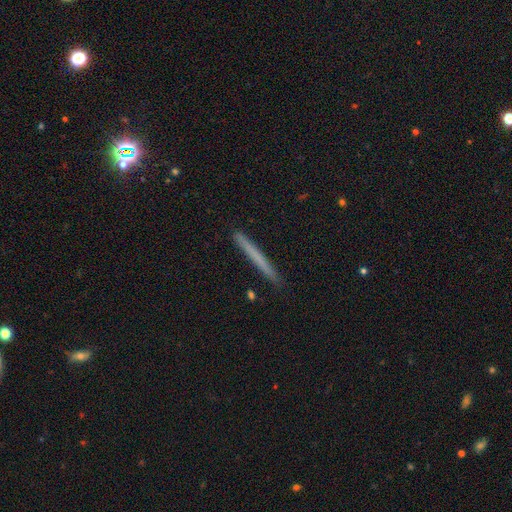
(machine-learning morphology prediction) smooth-or-featured: smooth: 64% | featured or disk: 29% | star or artifact: 7%
  how-rounded: cigar-shaped: 97% | in between: 1% | round: 1%
  merging: none: 90% | minor disturbance: 7% | major disturbance: 1% | merger: 1%